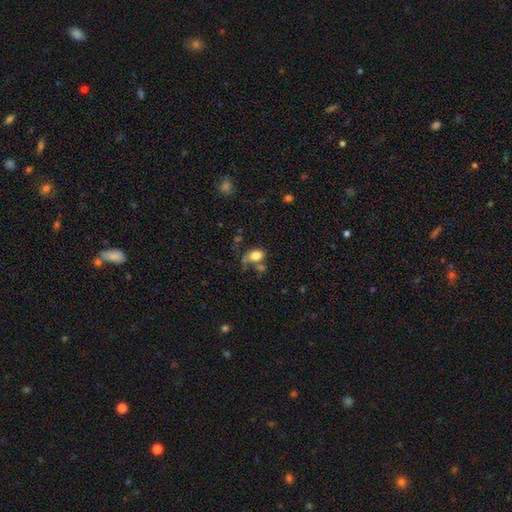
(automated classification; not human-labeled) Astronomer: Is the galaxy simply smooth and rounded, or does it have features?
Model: smooth — 76%.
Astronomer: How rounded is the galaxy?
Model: in between — 79%.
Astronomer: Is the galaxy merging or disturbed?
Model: none — 37% (runner-up: merger, 23%).